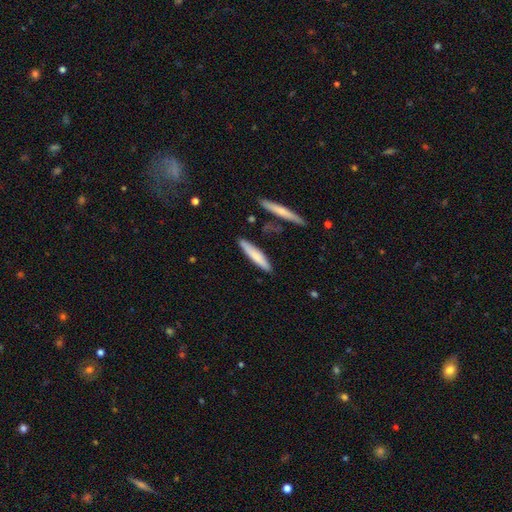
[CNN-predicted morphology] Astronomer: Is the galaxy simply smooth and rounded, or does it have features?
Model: smooth — 72%.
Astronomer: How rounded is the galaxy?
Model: cigar-shaped — 87%.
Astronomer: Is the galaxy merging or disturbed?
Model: none — 84%.